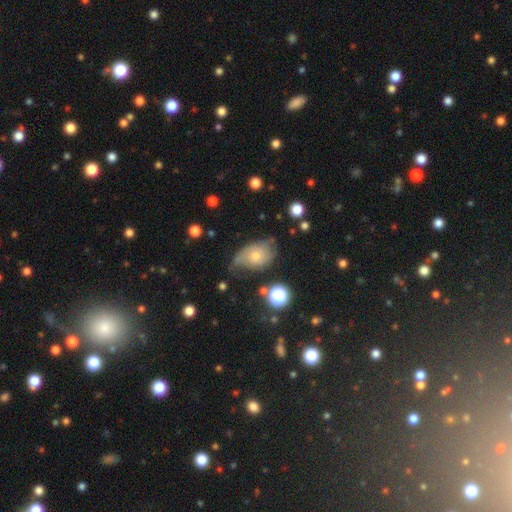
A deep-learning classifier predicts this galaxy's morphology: Smooth or featured? Predicted: featured or disk (p=0.50). Merging? Predicted: none (p=0.48).